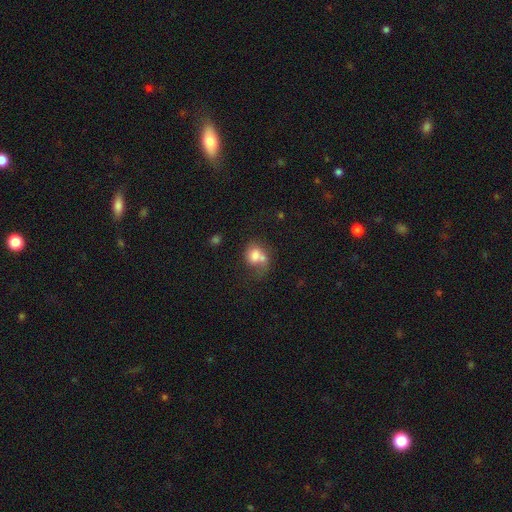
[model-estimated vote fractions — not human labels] smooth 66%, featured or disk 24%, star or artifact 10%. Down the decision tree: how rounded — round (51%); merging — merger (48%).